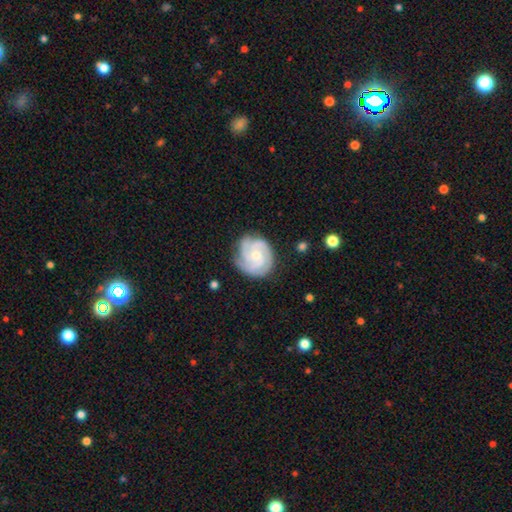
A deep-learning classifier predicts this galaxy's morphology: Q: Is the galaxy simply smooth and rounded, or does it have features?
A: featured or disk — 85%.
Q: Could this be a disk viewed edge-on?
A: no — 98%.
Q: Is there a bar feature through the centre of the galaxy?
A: no — 73%.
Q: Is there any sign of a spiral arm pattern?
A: yes — 97%.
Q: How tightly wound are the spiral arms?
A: tight — 64%.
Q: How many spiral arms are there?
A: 3 — 56%.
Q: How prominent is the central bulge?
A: small — 50%.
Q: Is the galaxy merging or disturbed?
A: none — 75%.